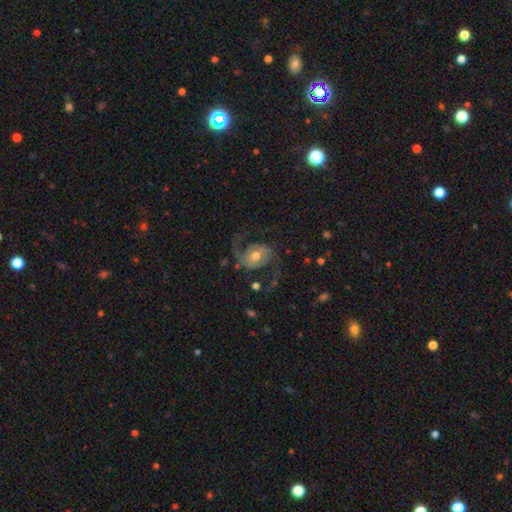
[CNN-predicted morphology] A featured or disk galaxy (88%) with no bar (56%), 2 (93%) loose (53%) spiral arms (97%) and a moderate central bulge (71%). Merging: none (72%).